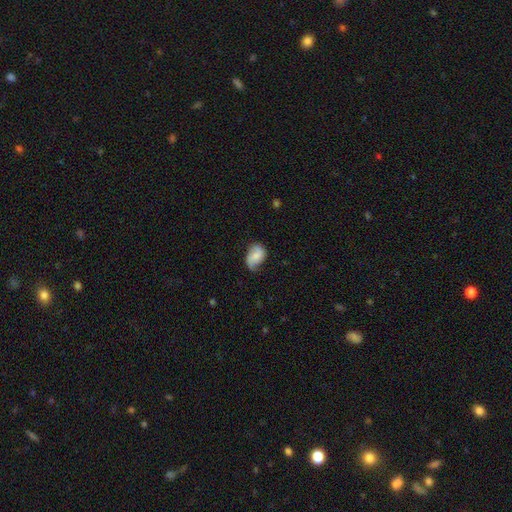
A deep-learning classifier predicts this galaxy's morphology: Smooth or featured? smooth (53%)
How rounded? in between (81%)
Merging? none (51%)